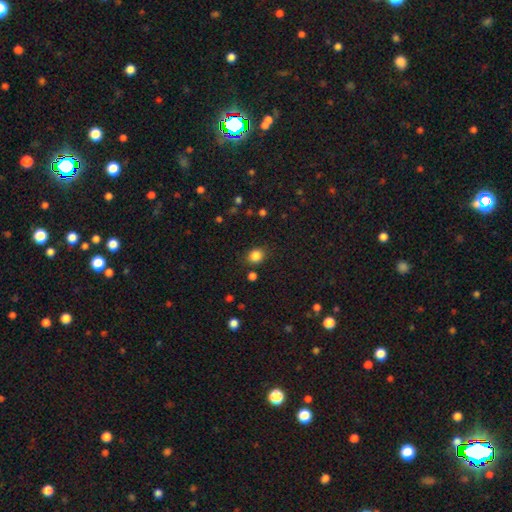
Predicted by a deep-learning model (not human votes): Overall: smooth (84%). How rounded: round (69%; in between 30%). Merging: none (83%).